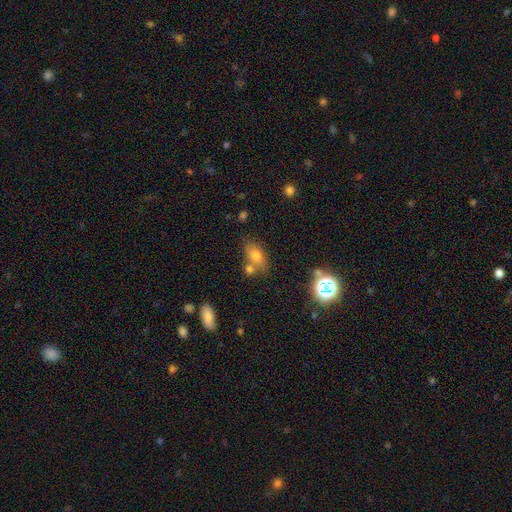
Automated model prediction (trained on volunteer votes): Smooth or featured?
  - smooth: 73% *
  - featured or disk: 14%
  - star or artifact: 13%
How rounded?
  - in between: 82% *
  - round: 14%
  - cigar-shaped: 4%
Merging?
  - none: 60% *
  - merger: 22%
  - minor disturbance: 14%
  - major disturbance: 5%